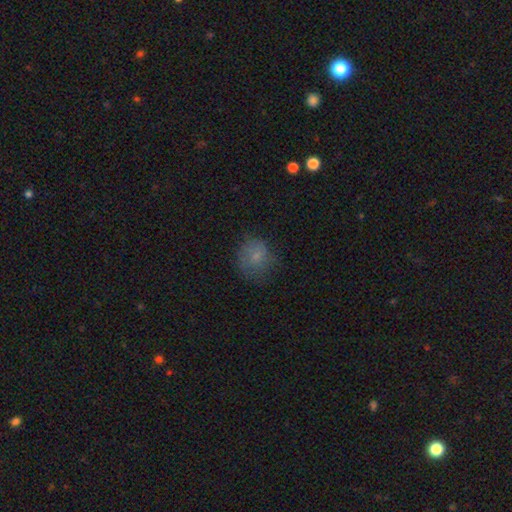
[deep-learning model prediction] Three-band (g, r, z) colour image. It shows a smooth galaxy with no disk features (74%) that is round (77%). Merging: none (62%).